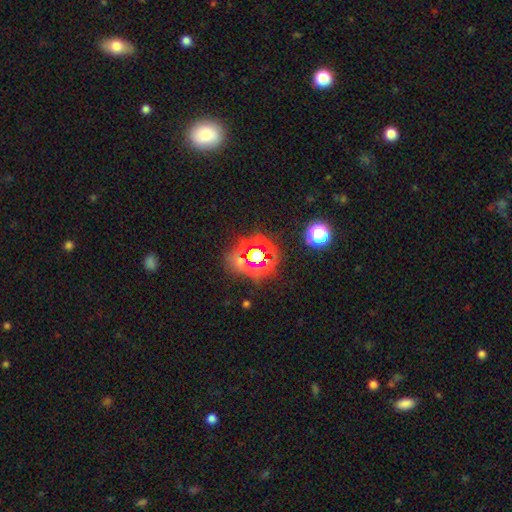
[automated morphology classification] Smooth or featured: star or artifact — 68% (smooth — 20%)